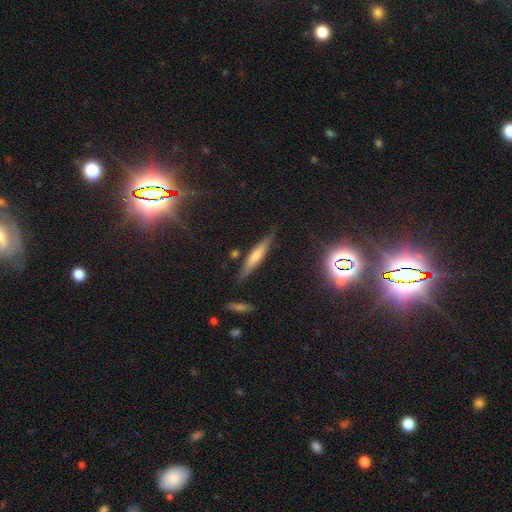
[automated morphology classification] Overall: smooth (47%; featured or disk 40%). Merging: none (81%).